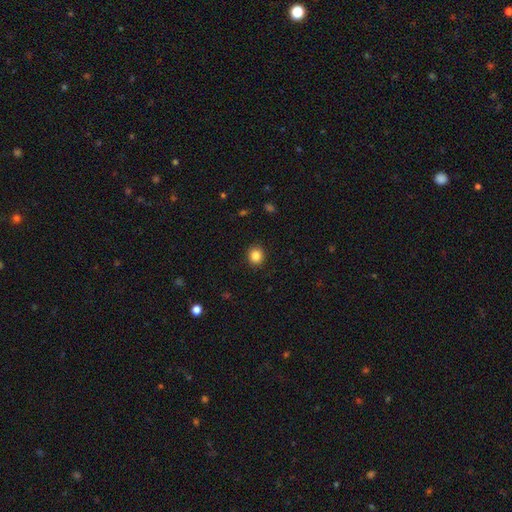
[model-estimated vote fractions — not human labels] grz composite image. It shows a smooth galaxy with no disk features (85%) that is round (79%). Merging: none (90%).